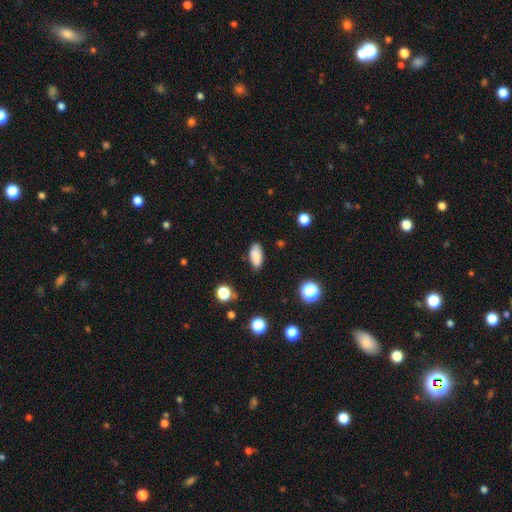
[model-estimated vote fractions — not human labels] The model was most divided on "merging": none: 84%, minor disturbance: 12%, major disturbance: 3%, merger: 2%. More confident: how rounded — in between (89%); smooth or featured — smooth (85%).